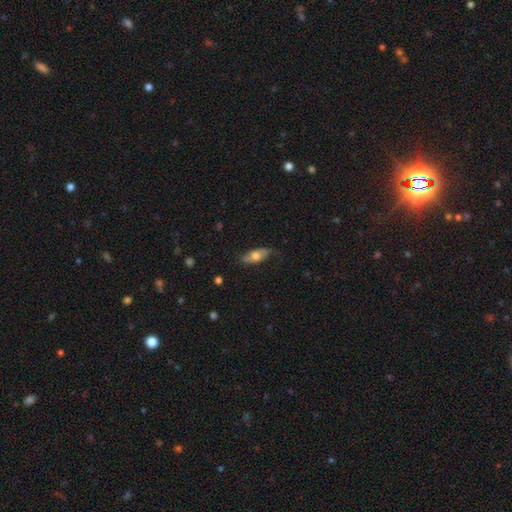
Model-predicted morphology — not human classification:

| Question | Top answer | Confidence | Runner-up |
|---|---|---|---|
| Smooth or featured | smooth | 60% | featured or disk (34%) |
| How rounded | in between | 76% | cigar-shaped (20%) |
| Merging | none | 76% | minor disturbance (19%) |